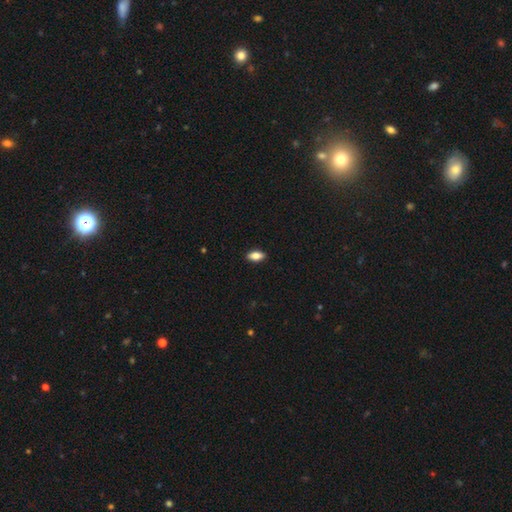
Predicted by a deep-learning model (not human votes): smooth 83%, featured or disk 10%, star or artifact 7%. Down the decision tree: how rounded — in between (88%); merging — none (90%).